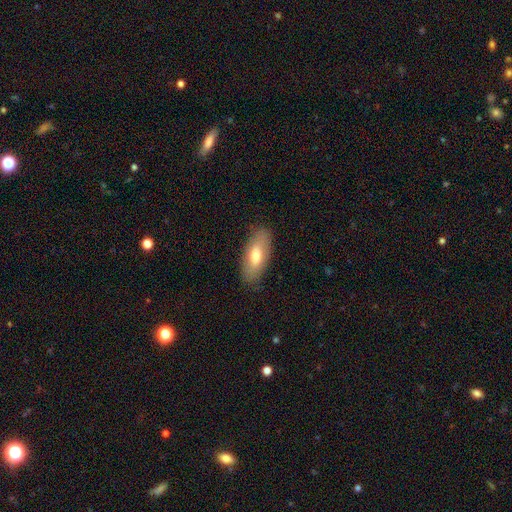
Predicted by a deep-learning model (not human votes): smooth-or-featured: smooth: 69% | featured or disk: 25% | star or artifact: 6%
  how-rounded: in between: 84% | cigar-shaped: 13% | round: 3%
  merging: none: 86% | minor disturbance: 11% | major disturbance: 3% | merger: 1%